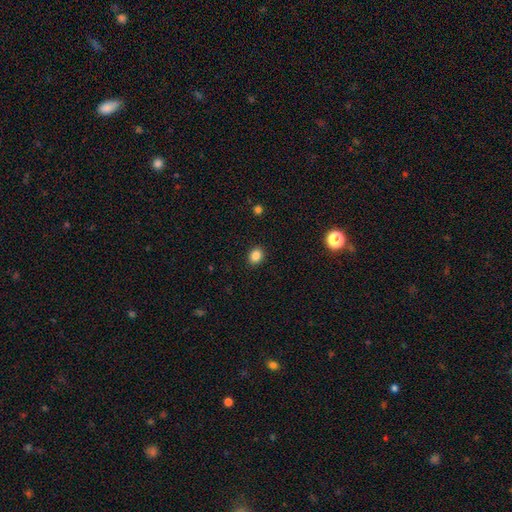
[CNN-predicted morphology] Smooth or featured? Predicted: smooth (p=0.86). How rounded? Predicted: round (p=0.53). Merging? Predicted: none (p=0.90).